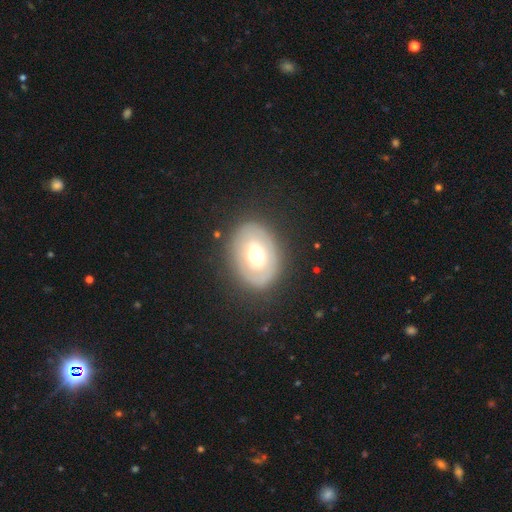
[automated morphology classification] The model was most divided on "smooth or featured": featured or disk: 50%, smooth: 44%, star or artifact: 6%. More confident: merging — none (82%).